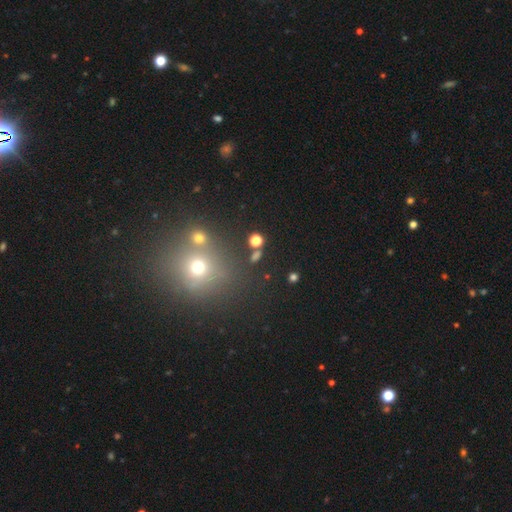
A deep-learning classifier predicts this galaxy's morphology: A smooth galaxy with no disk features (52%) that is round (75%).

Vote fractions:
- Smooth or featured? smooth: 52% / star or artifact: 37% / featured or disk: 11%
- How rounded? round: 75% / in between: 22% / cigar-shaped: 3%
- Merging? none: 72% / merger: 14% / minor disturbance: 9% / major disturbance: 5%